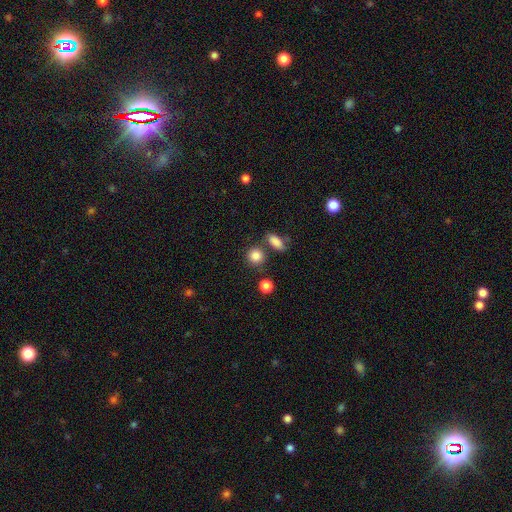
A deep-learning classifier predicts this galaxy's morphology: A smooth galaxy with no disk features (85%) that is round (80%).

Vote fractions:
- Smooth or featured? smooth: 85% / star or artifact: 10% / featured or disk: 5%
- How rounded? round: 80% / in between: 18% / cigar-shaped: 2%
- Merging? none: 70% / merger: 14% / minor disturbance: 12% / major disturbance: 4%